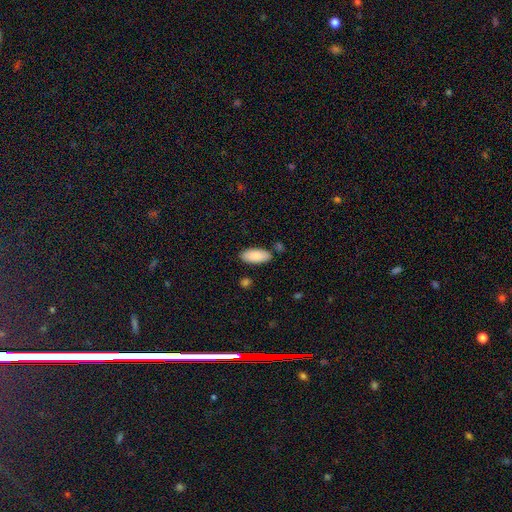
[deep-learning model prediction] This appears to be a smooth galaxy with no disk features (86%) that is in between round and cigar-shaped (89%). Merging: none (83%).